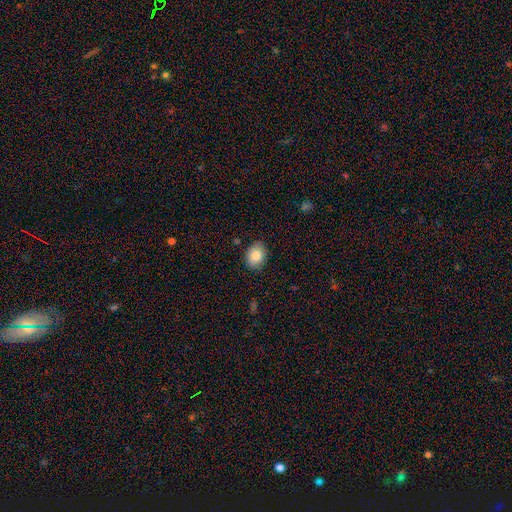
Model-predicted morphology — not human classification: Overall: smooth (85%). How rounded: in between (67%; round 32%). Merging: none (84%).